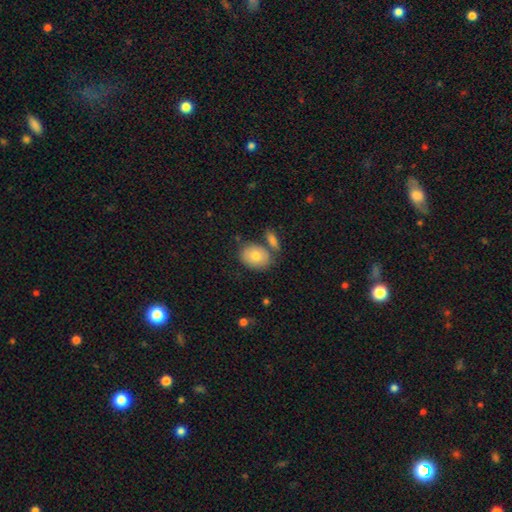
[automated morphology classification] Smooth or featured: smooth — 78% (featured or disk — 15%)
How rounded: in between — 75% (round — 24%)
Merging: none — 63% (merger — 19%)